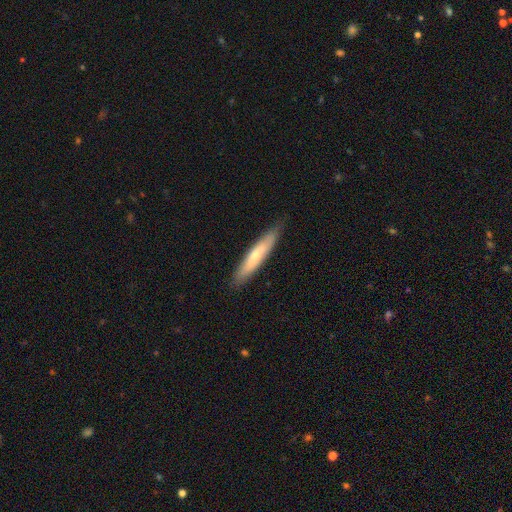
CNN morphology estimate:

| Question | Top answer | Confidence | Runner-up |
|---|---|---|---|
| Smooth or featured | smooth | 59% | featured or disk (36%) |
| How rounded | cigar-shaped | 89% | in between (10%) |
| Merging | none | 86% | minor disturbance (11%) |